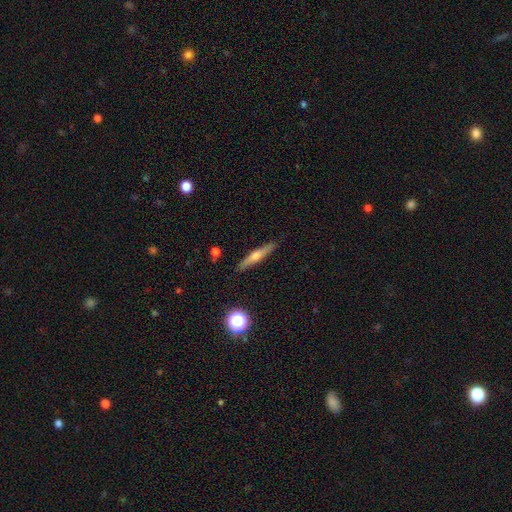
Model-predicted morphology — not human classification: This appears to be a featured or disk galaxy (57%) viewed edge-on (96%) with a rounded central bulge (85%). Merging: none (90%).